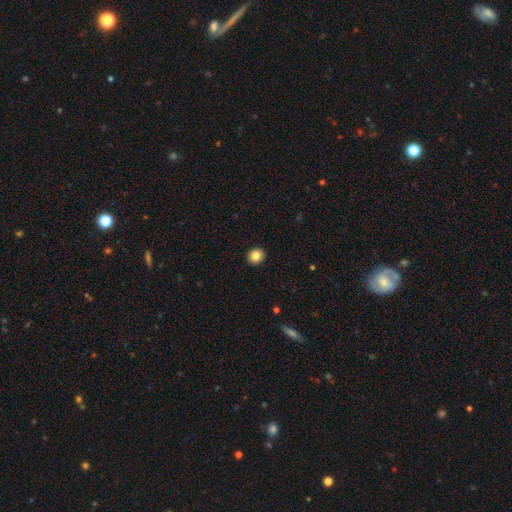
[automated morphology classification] smooth-or-featured: smooth: 85% | star or artifact: 9% | featured or disk: 6%
  how-rounded: round: 76% | in between: 23% | cigar-shaped: 1%
  merging: none: 93% | minor disturbance: 5% | major disturbance: 1% | merger: 1%